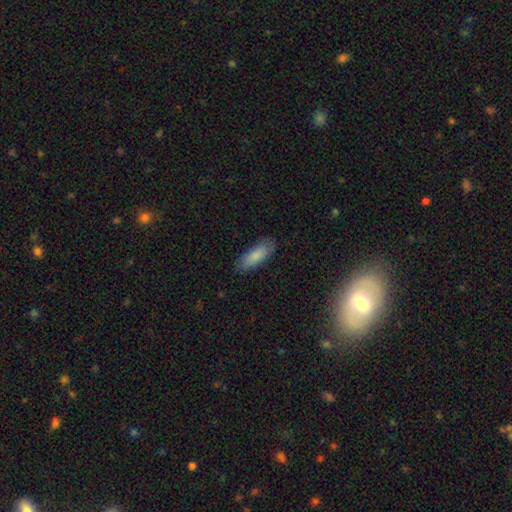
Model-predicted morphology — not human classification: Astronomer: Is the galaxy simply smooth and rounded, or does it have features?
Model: smooth — 86%.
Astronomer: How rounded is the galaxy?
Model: in between — 65%.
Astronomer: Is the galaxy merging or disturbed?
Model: none — 85%.